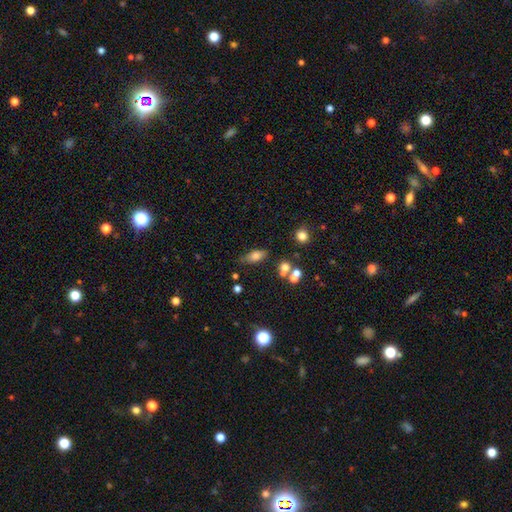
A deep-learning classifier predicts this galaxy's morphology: Smooth or featured?
  - smooth: 71% *
  - featured or disk: 17%
  - star or artifact: 12%
How rounded?
  - in between: 80% *
  - cigar-shaped: 12%
  - round: 7%
Merging?
  - none: 67% *
  - minor disturbance: 18%
  - merger: 9%
  - major disturbance: 5%